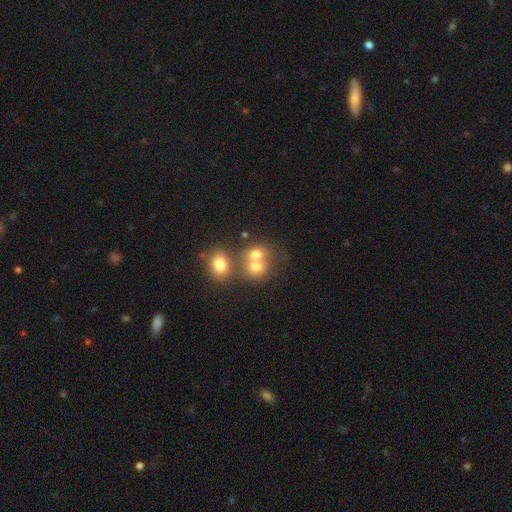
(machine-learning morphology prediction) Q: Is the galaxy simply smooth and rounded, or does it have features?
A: smooth — 66%.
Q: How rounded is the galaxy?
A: round — 68%.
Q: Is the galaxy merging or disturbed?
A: merger — 55%.